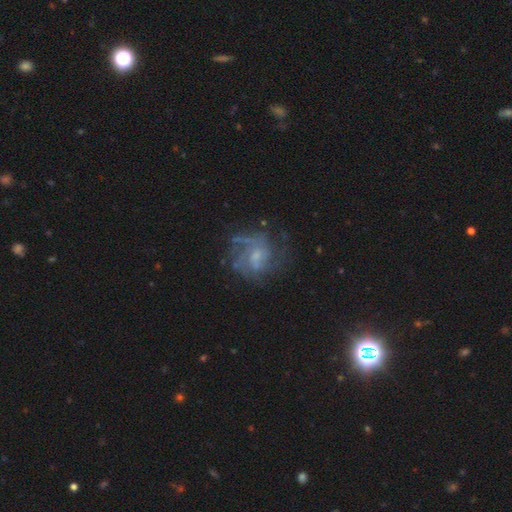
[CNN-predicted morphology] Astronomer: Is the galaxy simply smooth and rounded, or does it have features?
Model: featured or disk — 72%.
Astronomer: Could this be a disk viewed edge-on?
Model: no — 98%.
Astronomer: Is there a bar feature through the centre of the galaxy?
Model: no — 51% (runner-up: weak, 42%).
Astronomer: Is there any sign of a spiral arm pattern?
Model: yes — 81%.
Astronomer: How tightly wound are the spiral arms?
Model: medium — 43% (runner-up: tight, 33%).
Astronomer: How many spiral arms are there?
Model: can't tell — 40% (runner-up: 3, 21%).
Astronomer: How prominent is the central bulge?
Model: small — 46% (runner-up: moderate, 32%).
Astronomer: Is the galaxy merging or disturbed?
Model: none — 59%.